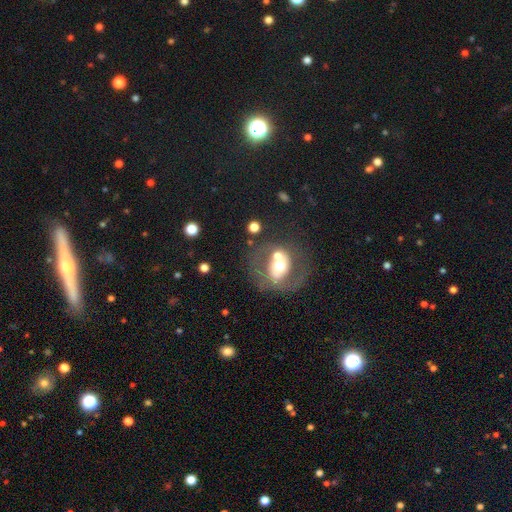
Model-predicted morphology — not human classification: A featured or disk galaxy (60%) with a weak bar (35%), spiral arms (57%) and a moderate central bulge (62%).

Vote fractions:
- Smooth or featured? featured or disk: 60% / smooth: 24% / star or artifact: 16%
- Edge-on disk? no: 90% / yes: 10%
- Bar? weak: 35% / strong: 33% / no: 32%
- Spiral arms? yes: 57% / no: 43%
- Bulge size? moderate: 62% / small: 20% / large: 13% / none: 3% / dominant: 3%
- Merging? none: 52% / minor disturbance: 17% / major disturbance: 17% / merger: 14%